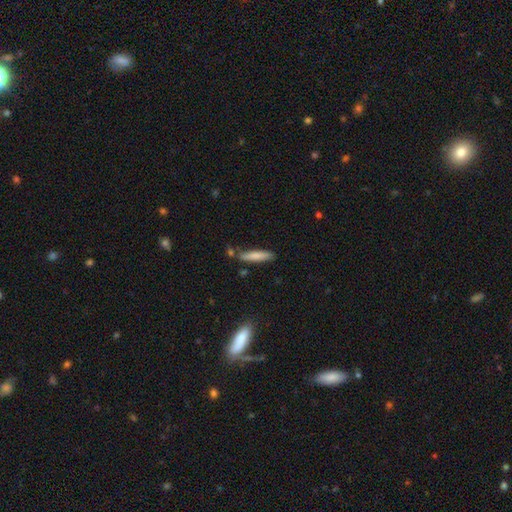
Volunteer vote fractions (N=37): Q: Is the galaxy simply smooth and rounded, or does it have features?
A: smooth — 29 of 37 (78%).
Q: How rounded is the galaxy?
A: cigar-shaped — 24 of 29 (83%).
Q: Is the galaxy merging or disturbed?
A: none — 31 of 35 (89%).